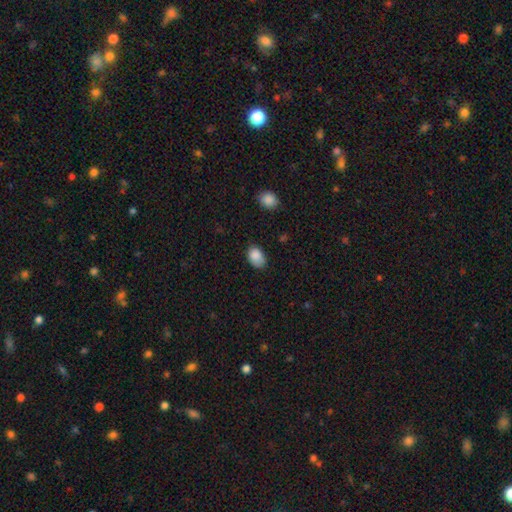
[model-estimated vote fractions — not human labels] Morphology: type=smooth (87%); roundness=in between (84%); merging=none (73%).